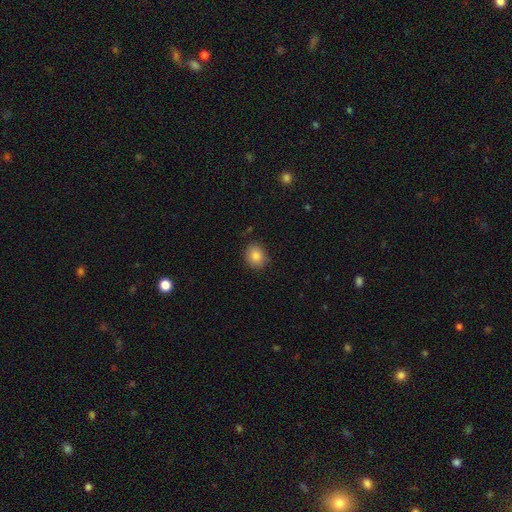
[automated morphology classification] smooth-or-featured: smooth: 85% | star or artifact: 9% | featured or disk: 6%
  how-rounded: round: 71% | in between: 28% | cigar-shaped: 1%
  merging: none: 85% | minor disturbance: 11% | major disturbance: 2% | merger: 1%